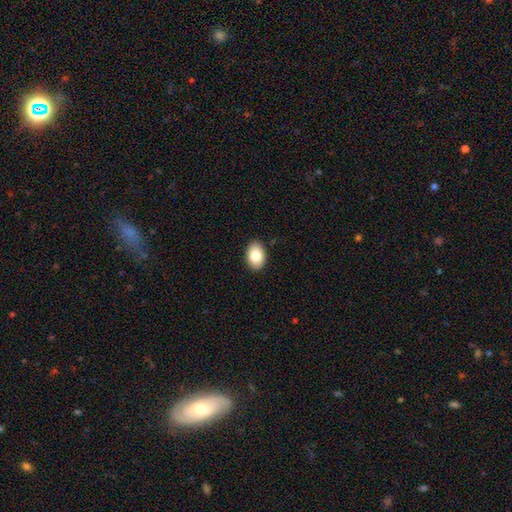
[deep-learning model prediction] A smooth galaxy with no disk features (82%) that is in between round and cigar-shaped (86%). Merging: none (90%).